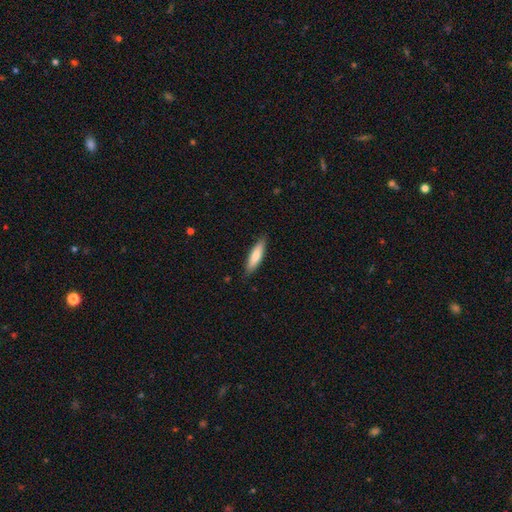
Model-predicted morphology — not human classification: A smooth galaxy with no disk features (76%) that is cigar-shaped (68%). Merging: none (85%).